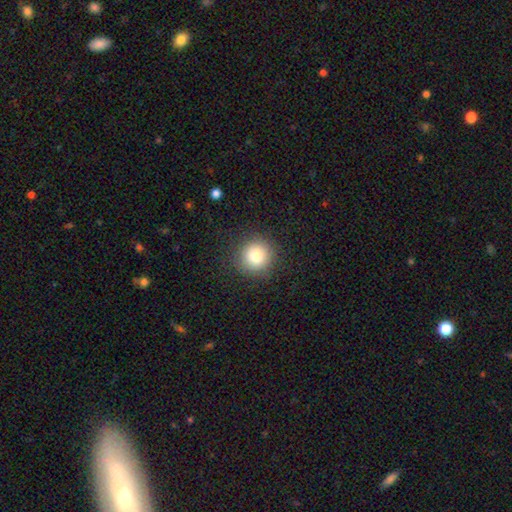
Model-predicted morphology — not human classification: Smooth or featured: smooth — 82% (star or artifact — 11%)
How rounded: round — 94% (in between — 5%)
Merging: none — 89% (minor disturbance — 8%)